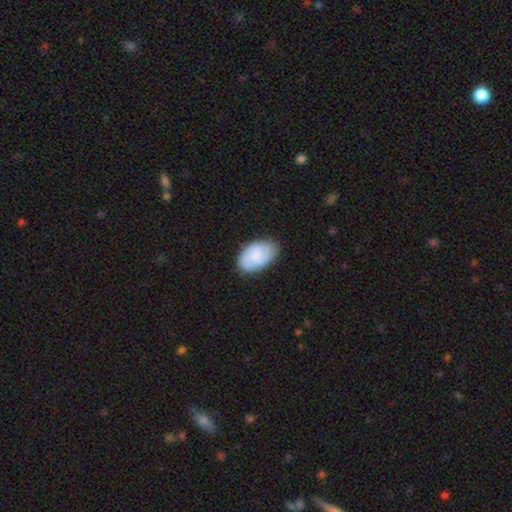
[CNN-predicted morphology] This appears to be a smooth galaxy with no disk features (72%) that is in between round and cigar-shaped (92%). Merging: none (74%).